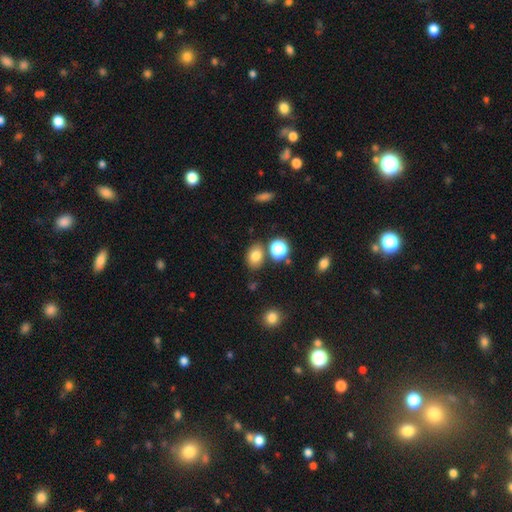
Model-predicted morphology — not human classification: A smooth galaxy with no disk features (78%) that is in between round and cigar-shaped (68%).

Vote fractions:
- Smooth or featured? smooth: 78% / star or artifact: 13% / featured or disk: 9%
- How rounded? in between: 68% / round: 31% / cigar-shaped: 1%
- Merging? none: 75% / minor disturbance: 12% / merger: 10% / major disturbance: 4%